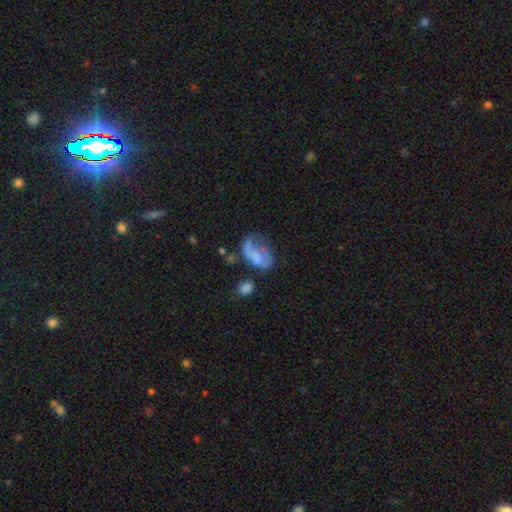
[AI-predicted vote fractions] Smooth or featured? featured or disk (46%)
Merging? major disturbance (43%)